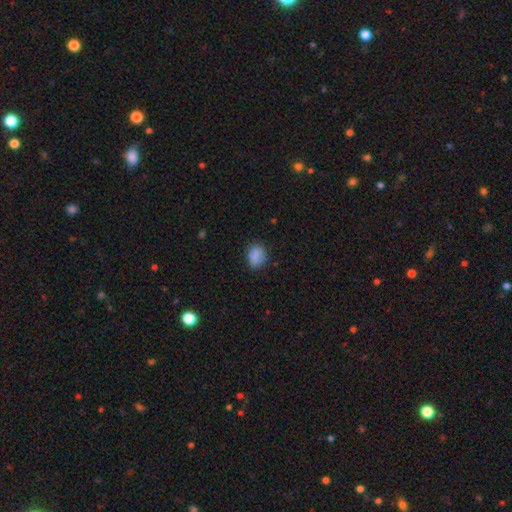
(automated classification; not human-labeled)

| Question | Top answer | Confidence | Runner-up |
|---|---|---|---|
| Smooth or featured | smooth | 88% | star or artifact (9%) |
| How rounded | in between | 56% | round (43%) |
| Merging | none | 81% | minor disturbance (15%) |